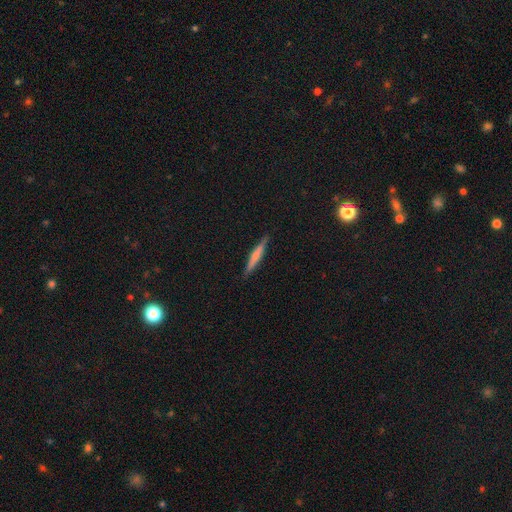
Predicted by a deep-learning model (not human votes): Q: Smooth or featured?
A: smooth (51%); runner-up: featured or disk (43%)
Q: How rounded?
A: cigar-shaped (94%); runner-up: in between (5%)
Q: Merging?
A: none (89%); runner-up: minor disturbance (8%)